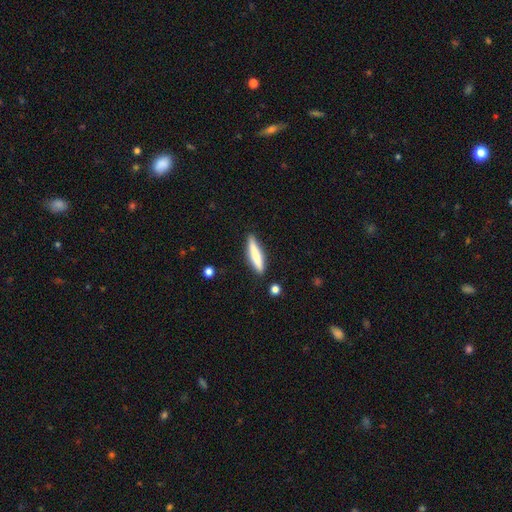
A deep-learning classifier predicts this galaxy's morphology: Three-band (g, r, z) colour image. It shows a smooth galaxy with no disk features (71%) that is cigar-shaped (87%). Merging: none (86%).